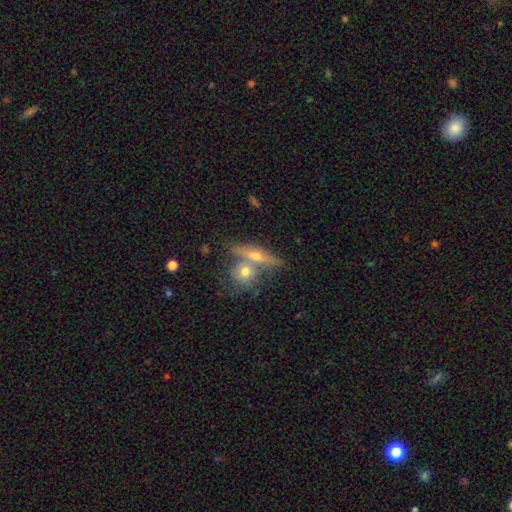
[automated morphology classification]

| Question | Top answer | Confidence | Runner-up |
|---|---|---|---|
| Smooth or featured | featured or disk | 52% | smooth (39%) |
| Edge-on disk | yes | 76% | no (24%) |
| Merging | none | 47% | merger (39%) |